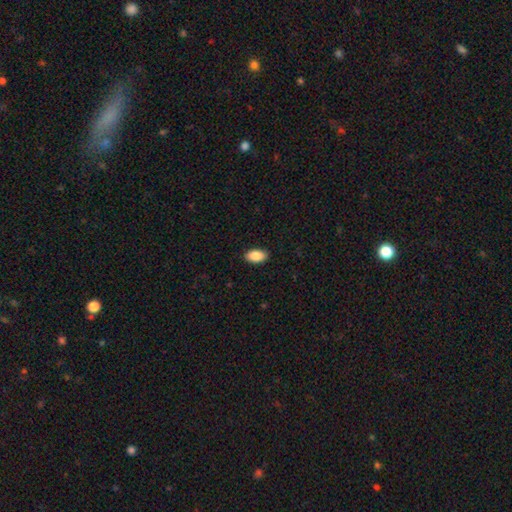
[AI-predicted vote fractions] Morphology: type=smooth (89%); roundness=in between (94%); merging=none (90%).